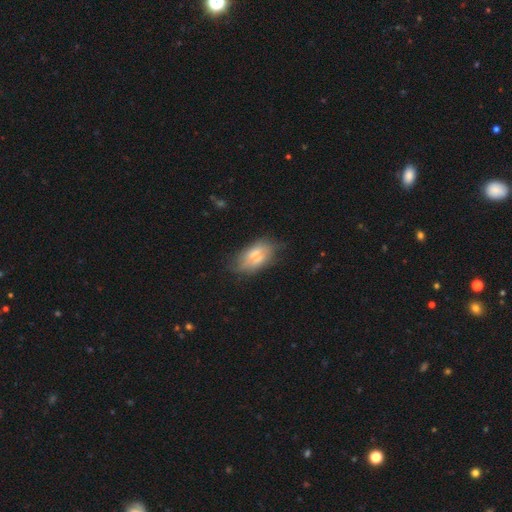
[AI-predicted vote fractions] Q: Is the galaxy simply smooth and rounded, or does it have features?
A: smooth — 53%.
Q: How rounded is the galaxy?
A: in between — 90%.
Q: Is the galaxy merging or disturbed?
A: none — 50%.